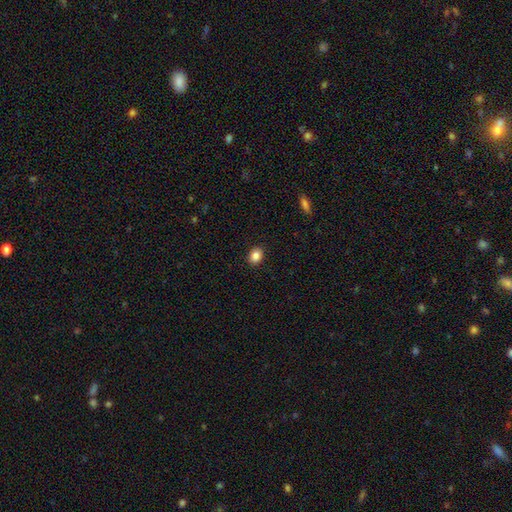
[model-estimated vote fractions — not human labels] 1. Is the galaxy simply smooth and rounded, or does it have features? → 86% smooth, 9% star or artifact, 5% featured or disk.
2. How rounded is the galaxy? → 59% in between, 40% round, 1% cigar-shaped.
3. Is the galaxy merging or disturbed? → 91% none, 7% minor disturbance, 2% major disturbance, 1% merger.